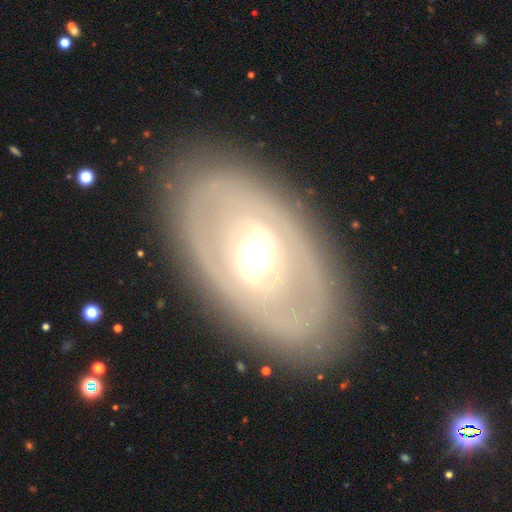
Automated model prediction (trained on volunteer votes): Q: Smooth or featured?
A: featured or disk (72%); runner-up: smooth (21%)
Q: Edge-on disk?
A: no (90%); runner-up: yes (10%)
Q: Bar?
A: no (50%); runner-up: weak (28%)
Q: Spiral arms?
A: no (65%); runner-up: yes (35%)
Q: Bulge size?
A: moderate (60%); runner-up: large (26%)
Q: Merging?
A: none (80%); runner-up: minor disturbance (12%)